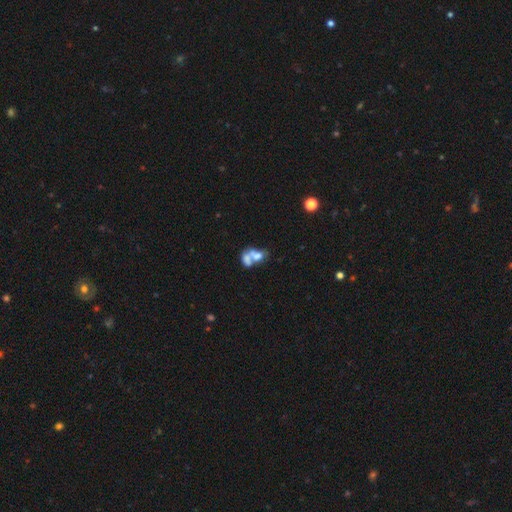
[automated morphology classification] A smooth galaxy with no disk features (52%) that is in between round and cigar-shaped (72%). Merging: merger (67%).